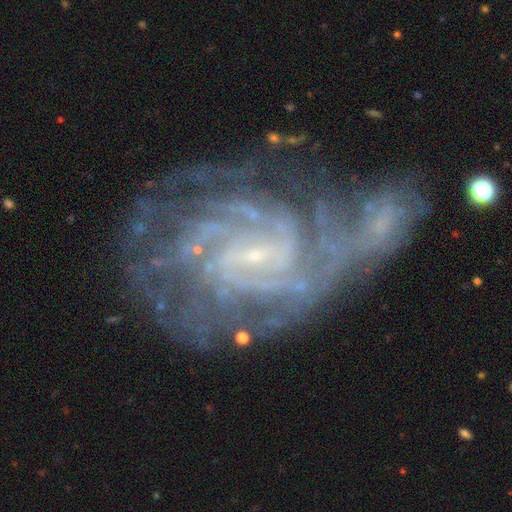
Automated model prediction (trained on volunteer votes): A featured or disk galaxy (88%) with a weak bar (47%), tight (64%) spiral arms (95%) and a small central bulge (80%). Merging: merger (38%).